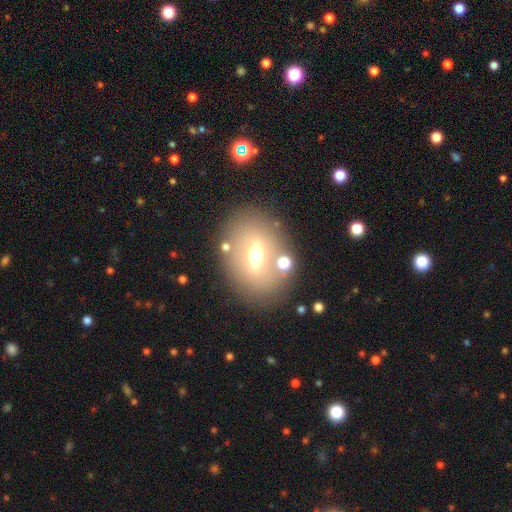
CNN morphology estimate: The model was most divided on "smooth or featured": smooth: 45%, featured or disk: 43%, star or artifact: 12%. More confident: merging — none (78%).